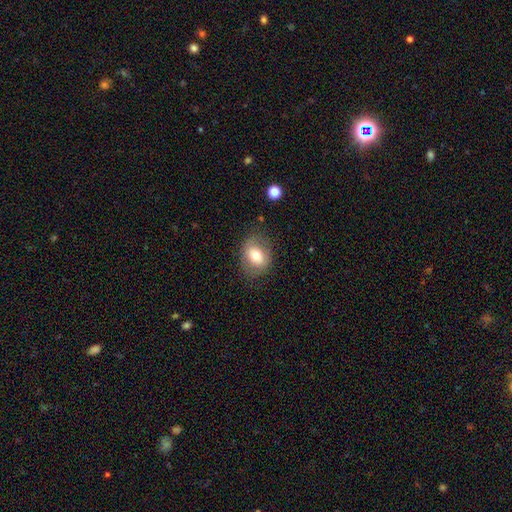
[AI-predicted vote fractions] A smooth galaxy with no disk features (68%) that is in between round and cigar-shaped (54%).

Vote fractions:
- Smooth or featured? smooth: 68% / featured or disk: 23% / star or artifact: 9%
- How rounded? in between: 54% / round: 45% / cigar-shaped: 1%
- Merging? none: 74% / minor disturbance: 18% / major disturbance: 7% / merger: 1%